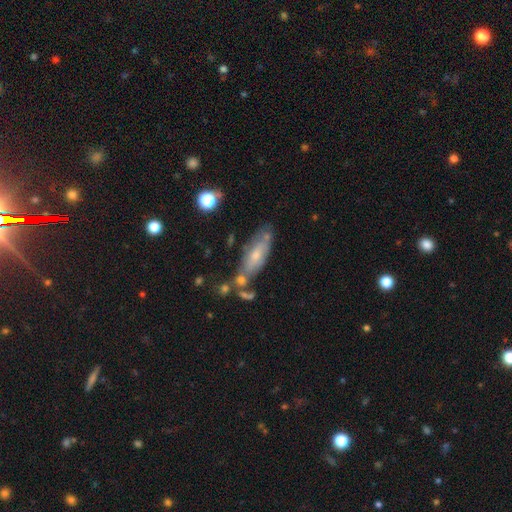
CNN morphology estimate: smooth 49%, featured or disk 43%, star or artifact 8%. Down the decision tree: merging — none (51%).